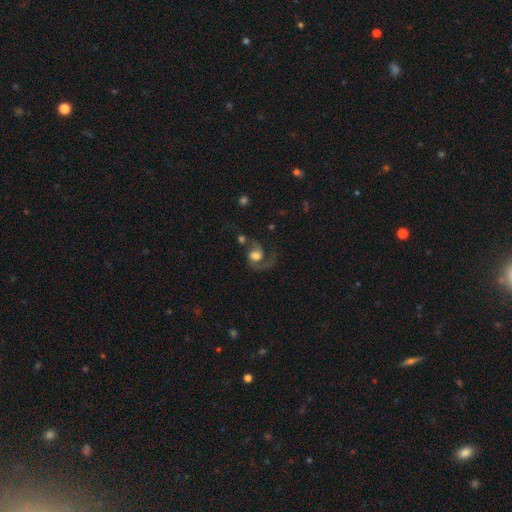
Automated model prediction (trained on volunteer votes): A featured or disk galaxy (71%) with no bar (59%), 2 (65%) medium (44%) spiral arms (92%) and a moderate central bulge (42%). Merging: none (41%).